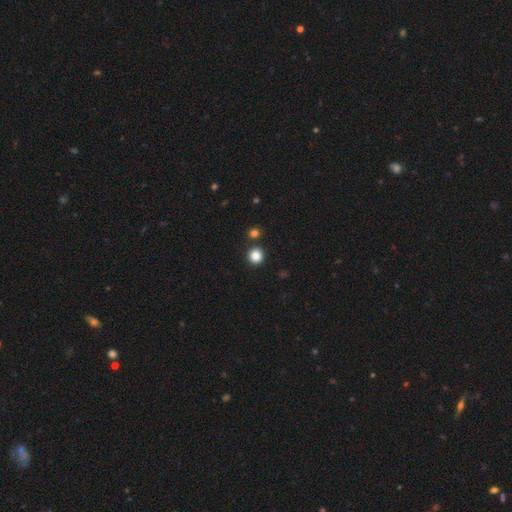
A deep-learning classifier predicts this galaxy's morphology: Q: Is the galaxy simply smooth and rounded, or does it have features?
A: smooth — 84%.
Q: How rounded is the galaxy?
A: round — 92%.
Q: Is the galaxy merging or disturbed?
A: none — 86%.